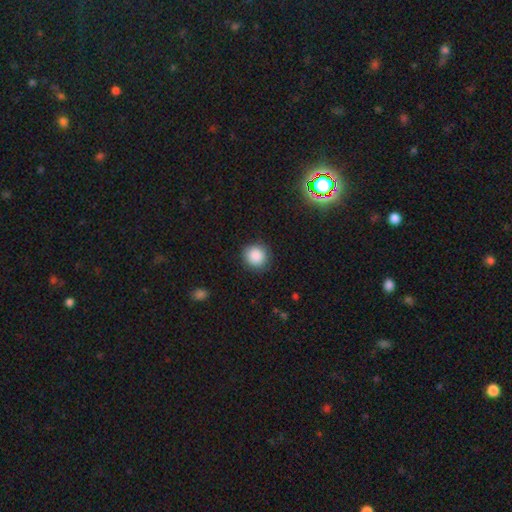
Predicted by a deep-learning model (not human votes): A smooth galaxy with no disk features (88%) that is round (90%).

Vote fractions:
- Smooth or featured? smooth: 88% / star or artifact: 9% / featured or disk: 3%
- How rounded? round: 90% / in between: 9% / cigar-shaped: 1%
- Merging? none: 89% / minor disturbance: 8% / major disturbance: 2% / merger: 1%